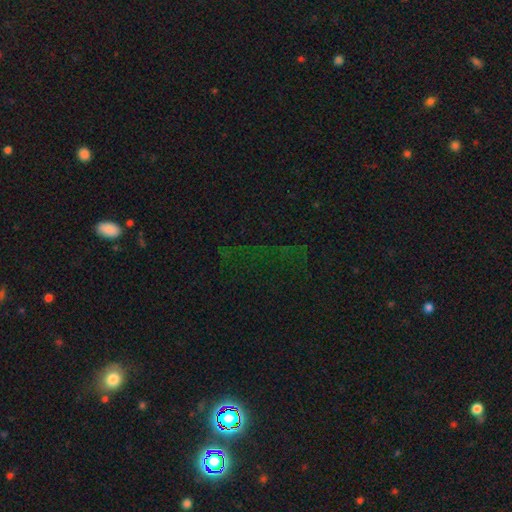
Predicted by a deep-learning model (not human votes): The model was most divided on "smooth or featured": star or artifact: 72%, smooth: 16%, featured or disk: 12%.